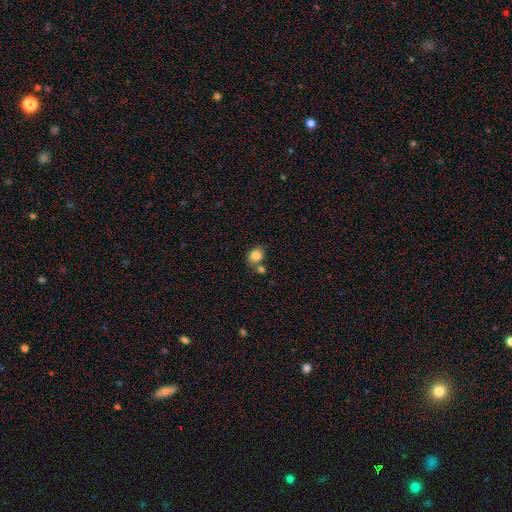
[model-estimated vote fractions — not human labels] The model was most divided on "how rounded": round: 56%, in between: 43%, cigar-shaped: 1%. More confident: smooth or featured — smooth (83%); merging — none (58%).